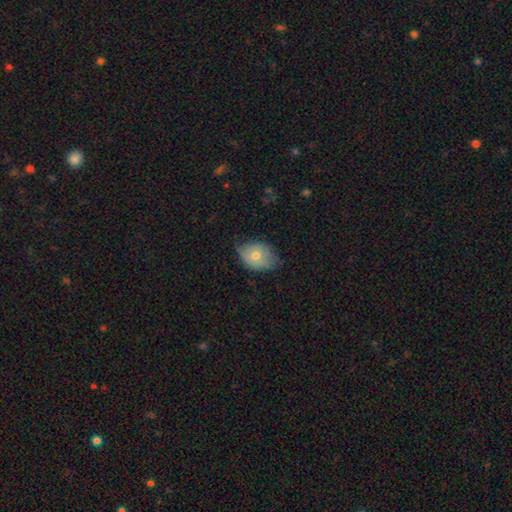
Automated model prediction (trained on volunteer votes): This is likely a smooth galaxy (66%). How rounded: likely in between (70%). Merging: possibly none (49%).